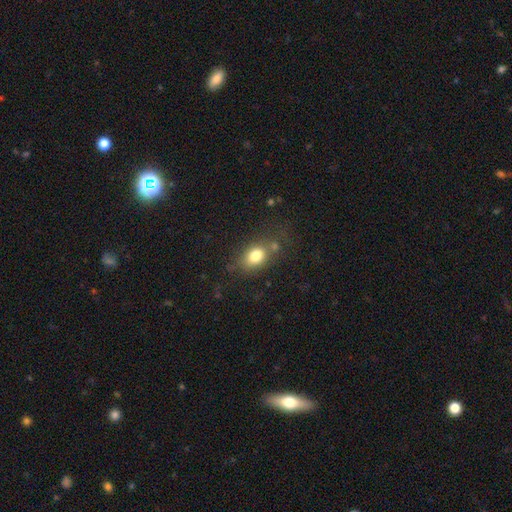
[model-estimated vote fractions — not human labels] smooth_or_featured: smooth (p=0.79) [alt: featured or disk p=0.11]
how_rounded: in between (p=0.68) [alt: round p=0.30]
merging: none (p=0.64) [alt: minor disturbance p=0.18]